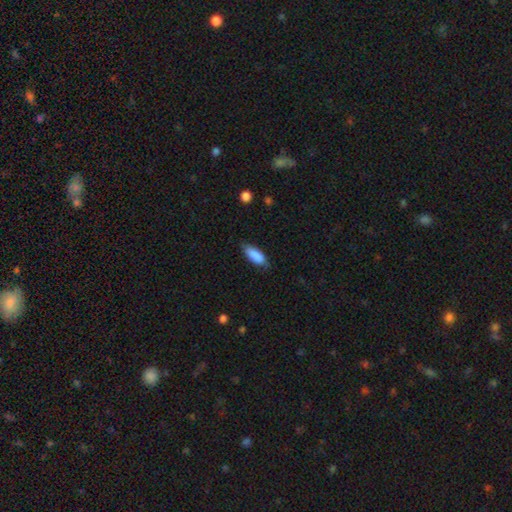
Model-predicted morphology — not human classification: Smooth or featured?
  - smooth: 87% *
  - featured or disk: 6%
  - star or artifact: 6%
How rounded?
  - in between: 77% *
  - cigar-shaped: 21%
  - round: 2%
Merging?
  - none: 73% *
  - minor disturbance: 22%
  - major disturbance: 4%
  - merger: 1%